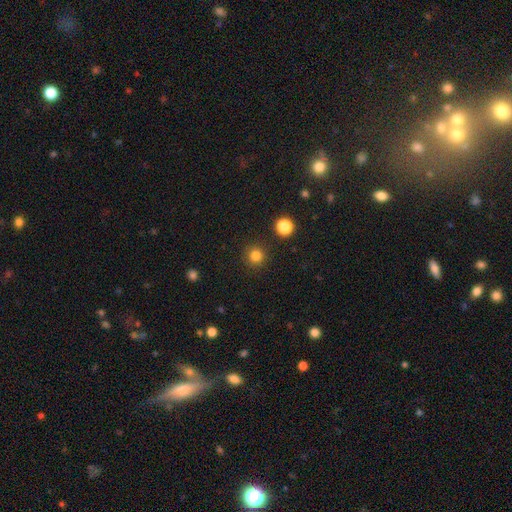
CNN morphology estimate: Smooth or featured? smooth (82%)
How rounded? round (94%)
Merging? none (91%)